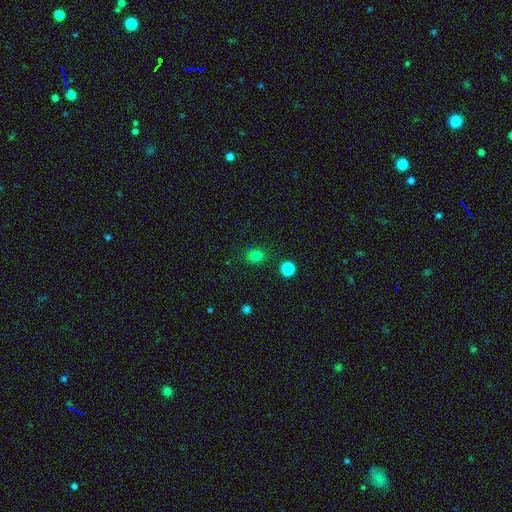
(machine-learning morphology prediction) type=smooth (79%); roundness=round (69%); merging=none (85%).